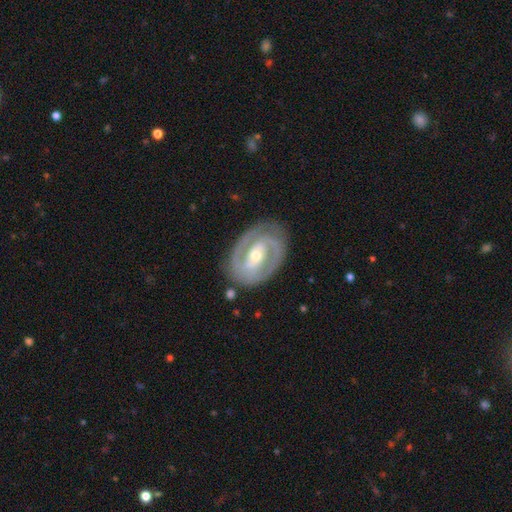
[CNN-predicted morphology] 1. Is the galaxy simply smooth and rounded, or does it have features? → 87% featured or disk, 9% smooth, 4% star or artifact.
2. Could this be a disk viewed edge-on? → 96% no, 4% yes.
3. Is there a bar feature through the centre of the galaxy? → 39% strong, 35% weak, 26% no.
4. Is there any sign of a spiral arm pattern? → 91% yes, 9% no.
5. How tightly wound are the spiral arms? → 58% tight, 35% medium, 8% loose.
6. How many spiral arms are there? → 84% 2, 7% can't tell, 4% 3, 3% 1, 1% 4, 1% more than 4.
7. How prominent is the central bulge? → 56% moderate, 39% small, 3% large, 1% none, 1% dominant.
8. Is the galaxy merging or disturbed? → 81% none, 12% minor disturbance, 4% major disturbance, 2% merger.